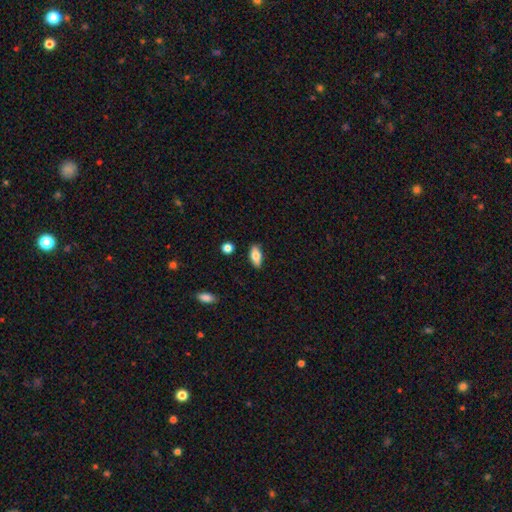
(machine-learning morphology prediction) A smooth galaxy with no disk features (80%) that is in between round and cigar-shaped (87%).

Vote fractions:
- Smooth or featured? smooth: 80% / featured or disk: 13% / star or artifact: 7%
- How rounded? in between: 87% / cigar-shaped: 10% / round: 3%
- Merging? none: 85% / minor disturbance: 11% / major disturbance: 2% / merger: 2%